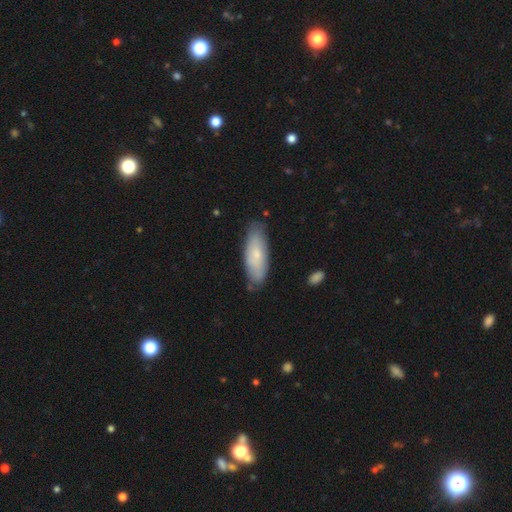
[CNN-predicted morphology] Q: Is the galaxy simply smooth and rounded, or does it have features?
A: smooth — 69%.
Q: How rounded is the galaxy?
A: in between — 68%.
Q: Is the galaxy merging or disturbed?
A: none — 78%.